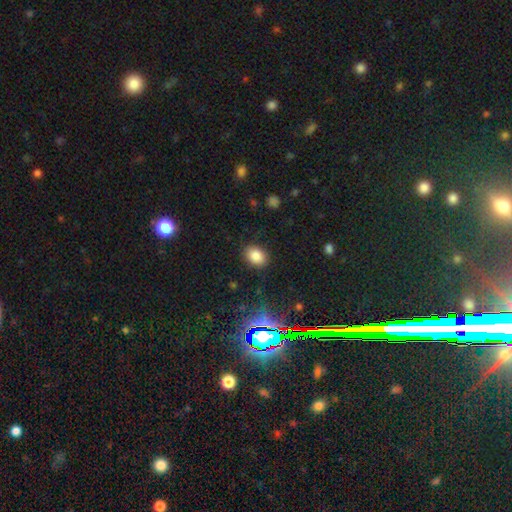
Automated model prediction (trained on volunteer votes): This is clearly a smooth galaxy (83%). How rounded: likely in between (64%). Merging: clearly none (86%).